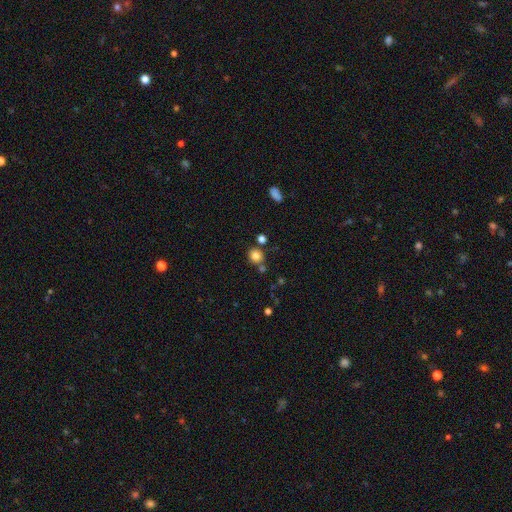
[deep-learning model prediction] Smooth or featured?
  - smooth: 81% *
  - star or artifact: 12%
  - featured or disk: 7%
How rounded?
  - round: 85% *
  - in between: 14%
  - cigar-shaped: 1%
Merging?
  - none: 76% *
  - merger: 11%
  - minor disturbance: 10%
  - major disturbance: 3%